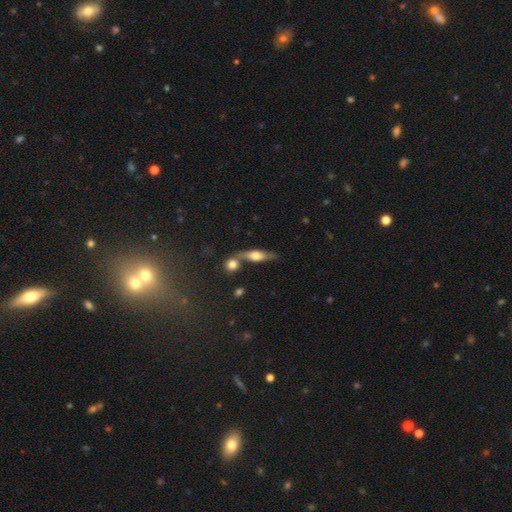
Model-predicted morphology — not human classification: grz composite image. It shows a smooth galaxy with no disk features (48%). Merging: none (55%).